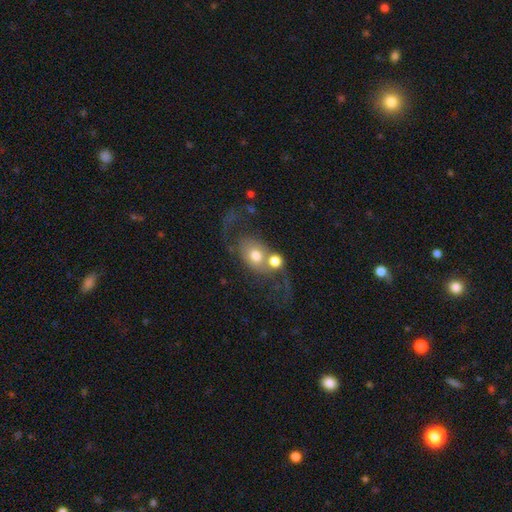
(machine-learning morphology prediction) Q: Smooth or featured?
A: smooth (47%); runner-up: featured or disk (43%)
Q: Merging?
A: merger (50%); runner-up: none (23%)